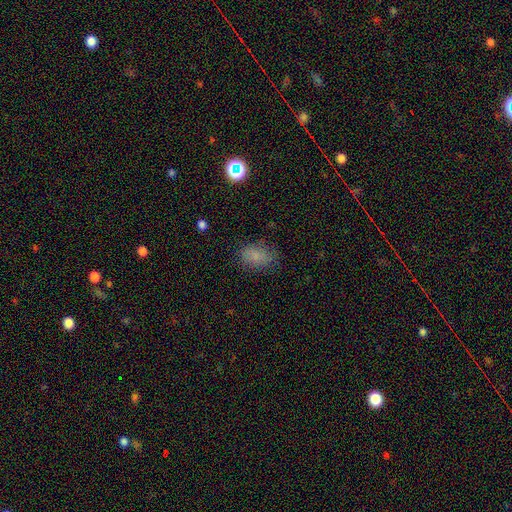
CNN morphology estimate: The model was most divided on "merging": none: 72%, minor disturbance: 20%, major disturbance: 7%, merger: 1%. More confident: how rounded — in between (80%); smooth or featured — smooth (77%).